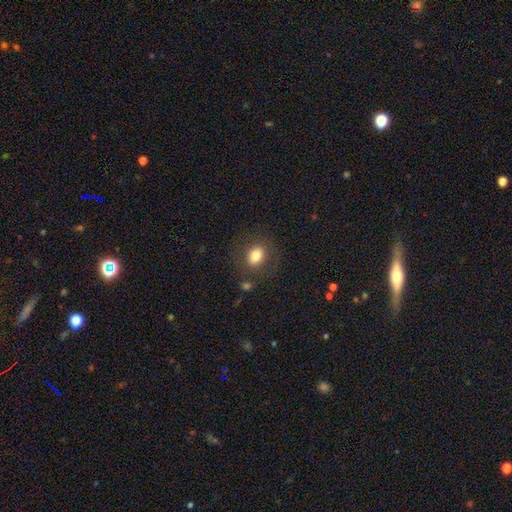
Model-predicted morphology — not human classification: smooth_or_featured: smooth (p=0.80) [alt: star or artifact p=0.10]
how_rounded: round (p=0.53) [alt: in between p=0.46]
merging: none (p=0.80) [alt: minor disturbance p=0.11]